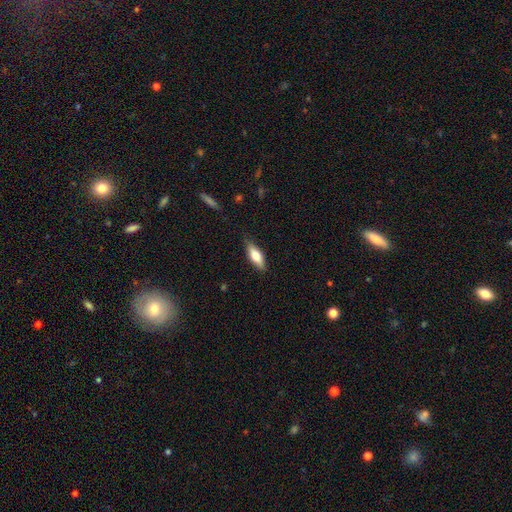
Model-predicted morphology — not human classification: Smooth or featured? Predicted: smooth (p=0.67). How rounded? Predicted: in between (p=0.61). Merging? Predicted: none (p=0.82).